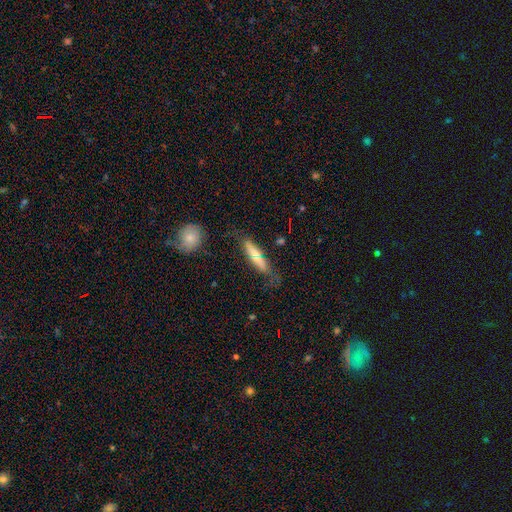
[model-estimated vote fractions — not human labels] Smooth or featured? smooth (52%)
How rounded? cigar-shaped (77%)
Merging? none (60%)